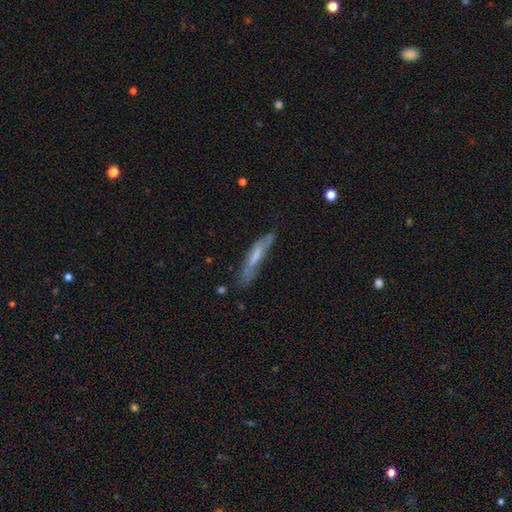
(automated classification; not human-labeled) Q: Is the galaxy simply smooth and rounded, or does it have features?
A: smooth — 50%.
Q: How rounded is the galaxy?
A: cigar-shaped — 86%.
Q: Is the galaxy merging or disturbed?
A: none — 57%.